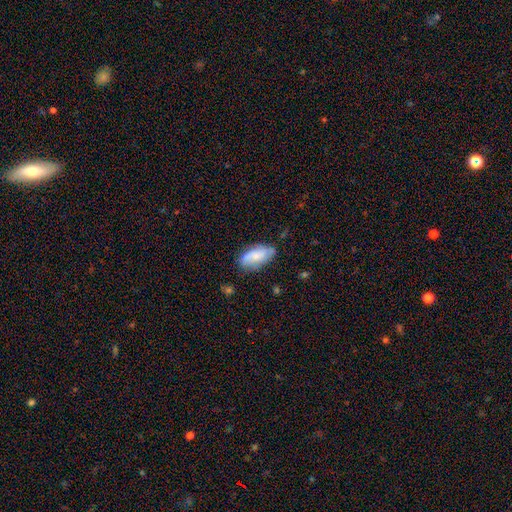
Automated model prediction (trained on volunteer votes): smooth-or-featured: smooth: 62% | featured or disk: 30% | star or artifact: 7%
  how-rounded: in between: 91% | cigar-shaped: 6% | round: 3%
  merging: none: 64% | minor disturbance: 26% | major disturbance: 7% | merger: 3%